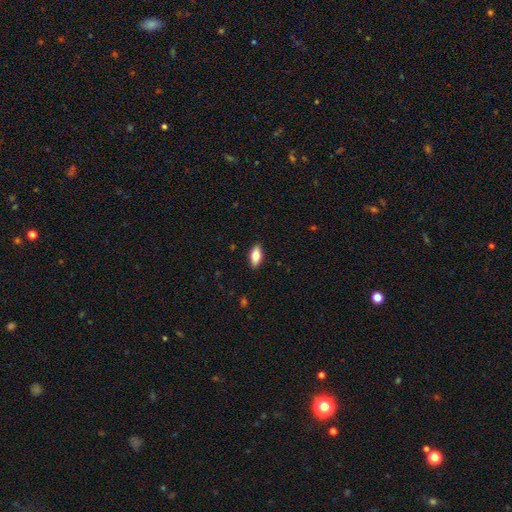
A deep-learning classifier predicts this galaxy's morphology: Smooth or featured? smooth (80%)
How rounded? in between (86%)
Merging? none (89%)